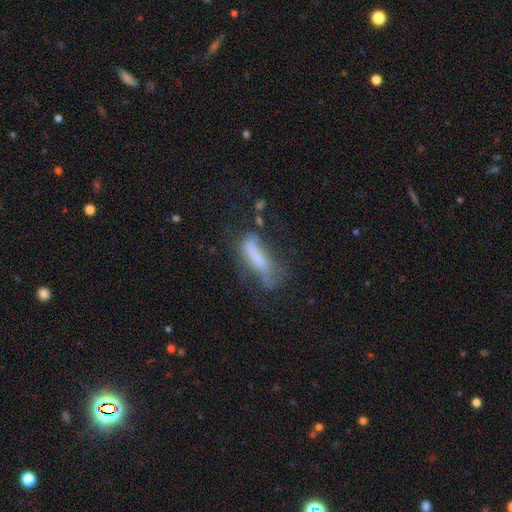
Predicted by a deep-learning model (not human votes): Q: Smooth or featured?
A: smooth (55%); runner-up: featured or disk (33%)
Q: How rounded?
A: cigar-shaped (59%); runner-up: in between (39%)
Q: Merging?
A: none (38%); runner-up: major disturbance (30%)